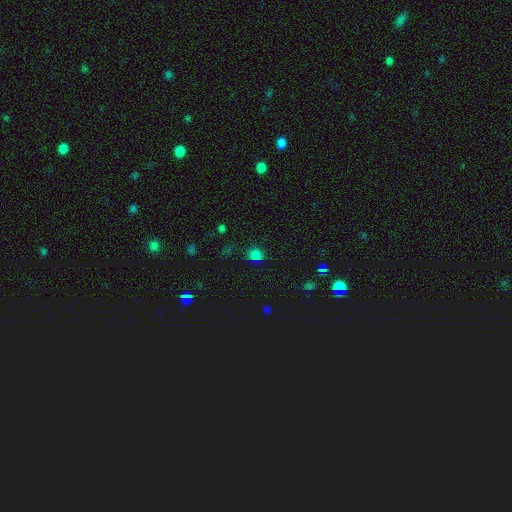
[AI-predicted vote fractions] A smooth galaxy with no disk features (67%) that is round (73%).

Vote fractions:
- Smooth or featured? smooth: 67% / star or artifact: 28% / featured or disk: 5%
- How rounded? round: 73% / in between: 25% / cigar-shaped: 1%
- Merging? none: 72% / minor disturbance: 18% / major disturbance: 6% / merger: 4%